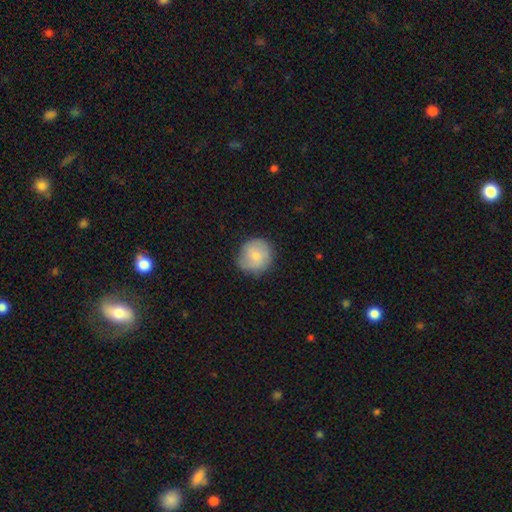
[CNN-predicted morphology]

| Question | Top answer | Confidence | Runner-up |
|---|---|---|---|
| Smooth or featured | smooth | 72% | featured or disk (21%) |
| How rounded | round | 91% | in between (8%) |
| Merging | none | 78% | minor disturbance (17%) |